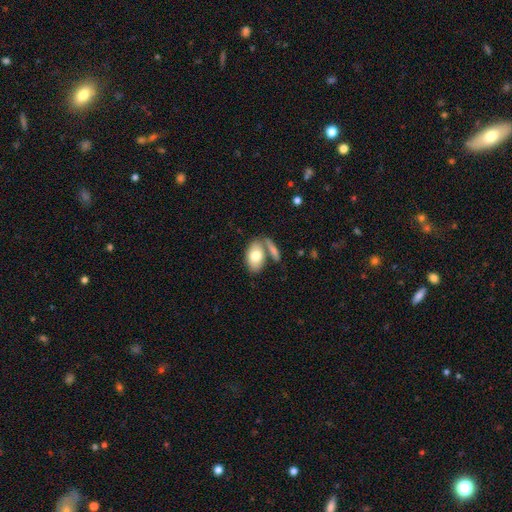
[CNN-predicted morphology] Overall: smooth (75%). How rounded: in between (91%). Merging: none (51%; merger 30%).